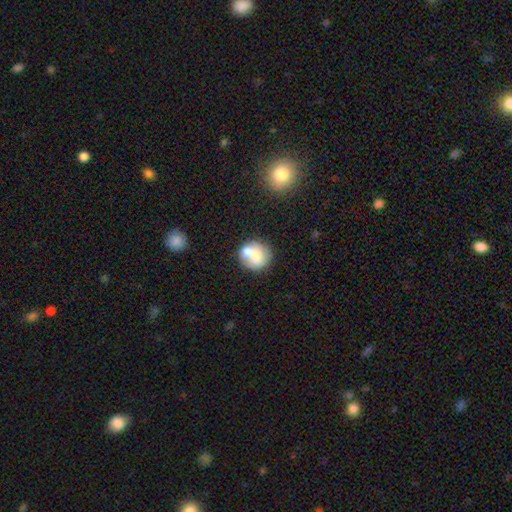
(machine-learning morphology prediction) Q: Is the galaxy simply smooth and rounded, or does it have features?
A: smooth — 69%.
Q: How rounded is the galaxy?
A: round — 87%.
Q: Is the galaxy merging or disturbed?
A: none — 49%.